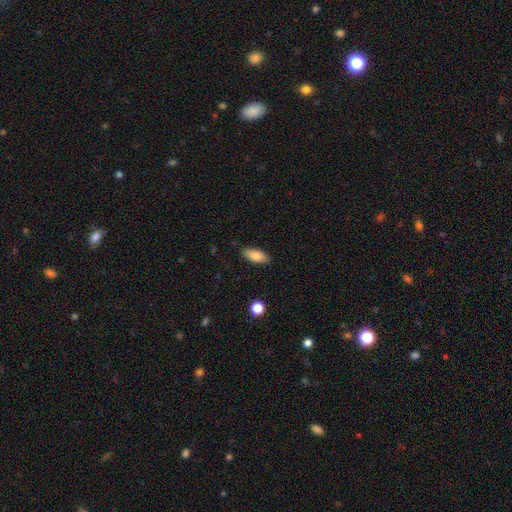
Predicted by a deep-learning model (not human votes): This is clearly a smooth galaxy (84%). How rounded: clearly in between (84%). Merging: clearly none (86%).